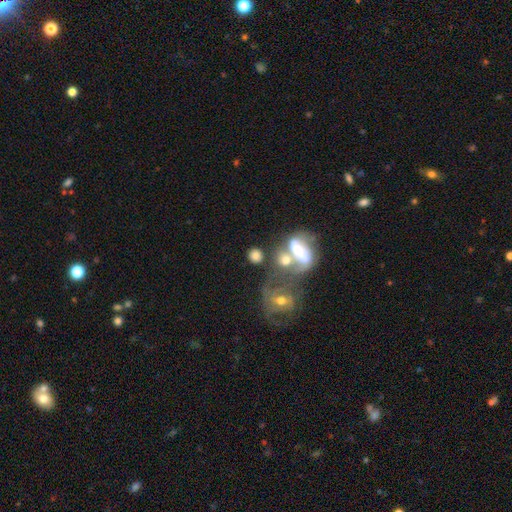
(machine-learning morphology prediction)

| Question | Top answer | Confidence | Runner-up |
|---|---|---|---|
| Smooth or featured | smooth | 71% | featured or disk (16%) |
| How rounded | round | 73% | in between (23%) |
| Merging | none | 50% | merger (28%) |